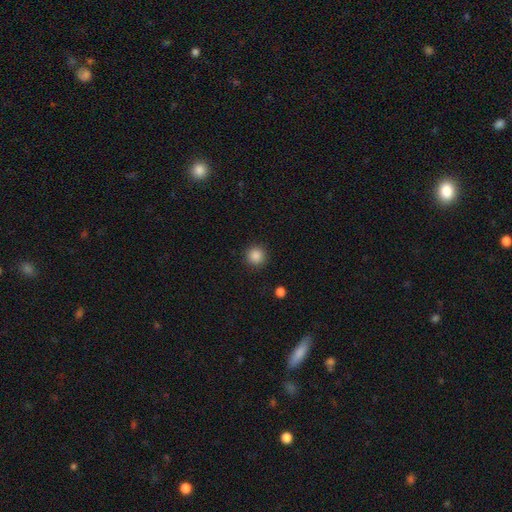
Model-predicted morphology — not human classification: smooth-or-featured: smooth: 87% | star or artifact: 10% | featured or disk: 3%
  how-rounded: round: 95% | in between: 4% | cigar-shaped: 1%
  merging: none: 91% | minor disturbance: 5% | major disturbance: 2% | merger: 1%